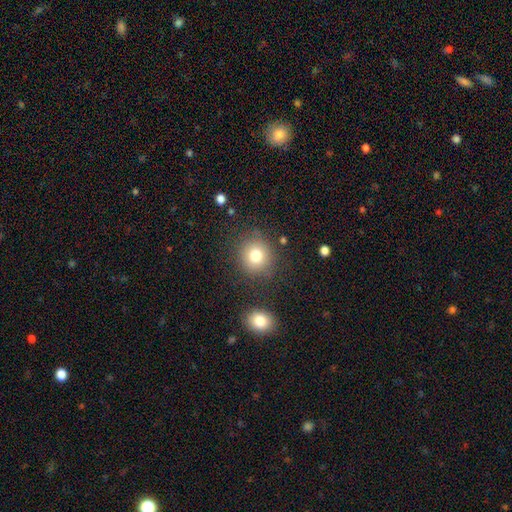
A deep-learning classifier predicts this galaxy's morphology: smooth_or_featured: smooth (p=0.78) [alt: star or artifact p=0.12]
how_rounded: round (p=0.88) [alt: in between p=0.11]
merging: none (p=0.82) [alt: minor disturbance p=0.10]